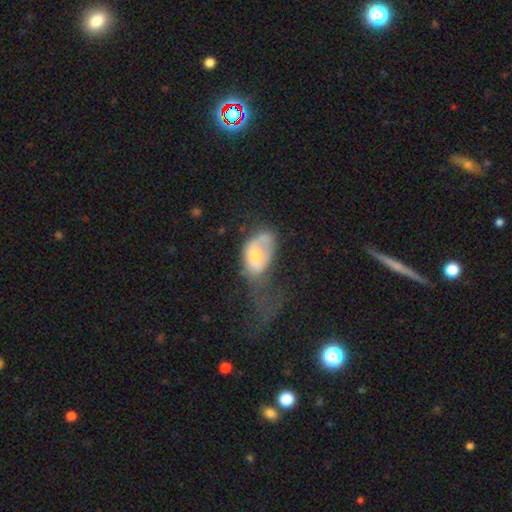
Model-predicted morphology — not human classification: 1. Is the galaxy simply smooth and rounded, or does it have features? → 53% smooth, 40% featured or disk, 7% star or artifact.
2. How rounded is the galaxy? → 88% in between, 10% round, 2% cigar-shaped.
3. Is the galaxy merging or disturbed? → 56% major disturbance, 22% minor disturbance, 16% none, 6% merger.